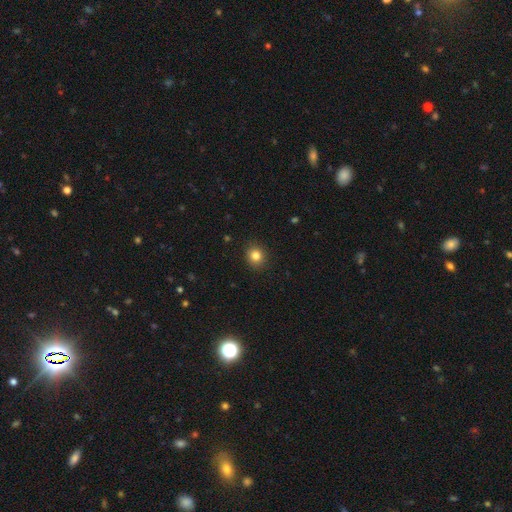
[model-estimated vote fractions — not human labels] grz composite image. It shows a smooth galaxy with no disk features (83%) that is round (82%). Merging: none (91%).